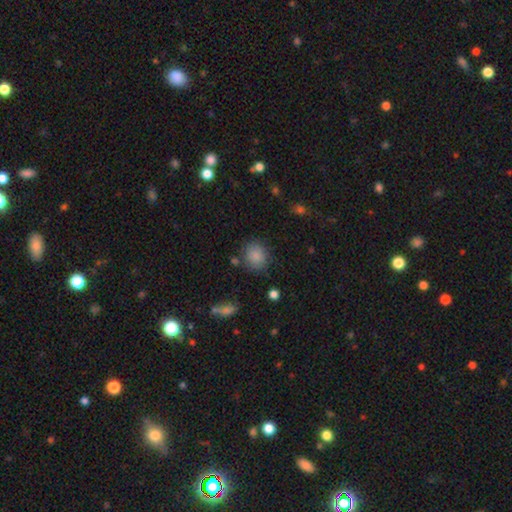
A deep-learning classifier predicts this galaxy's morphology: Smooth or featured? Predicted: smooth (p=0.86). How rounded? Predicted: round (p=0.75). Merging? Predicted: none (p=0.81).